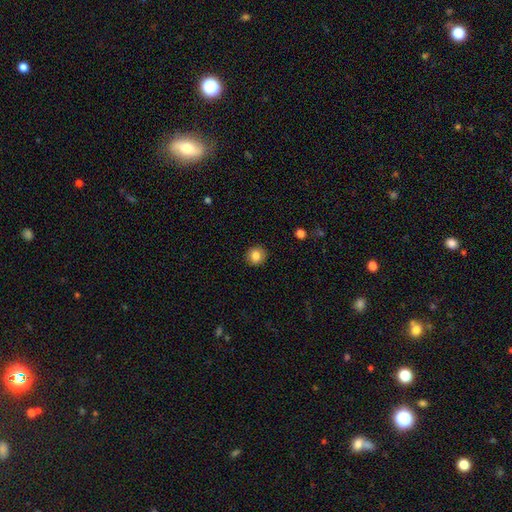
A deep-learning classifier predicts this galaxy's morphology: smooth_or_featured: smooth (p=0.84) [alt: star or artifact p=0.10]
how_rounded: round (p=0.89) [alt: in between p=0.10]
merging: none (p=0.91) [alt: minor disturbance p=0.06]